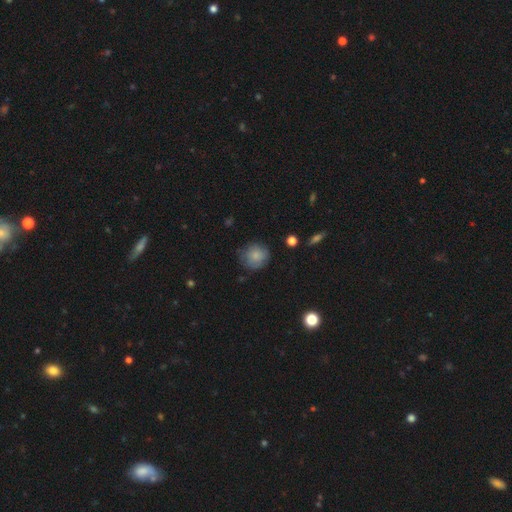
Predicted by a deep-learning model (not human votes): smooth_or_featured: smooth (p=0.78) [alt: featured or disk p=0.14]
how_rounded: round (p=0.88) [alt: in between p=0.11]
merging: none (p=0.71) [alt: minor disturbance p=0.22]